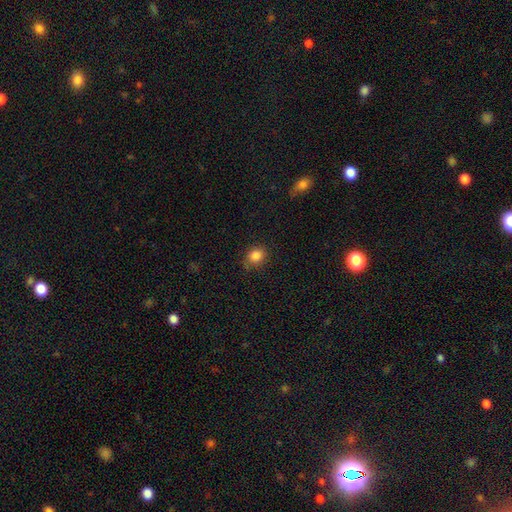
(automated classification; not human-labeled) Morphology: type=smooth (85%); roundness=round (69%); merging=none (77%).